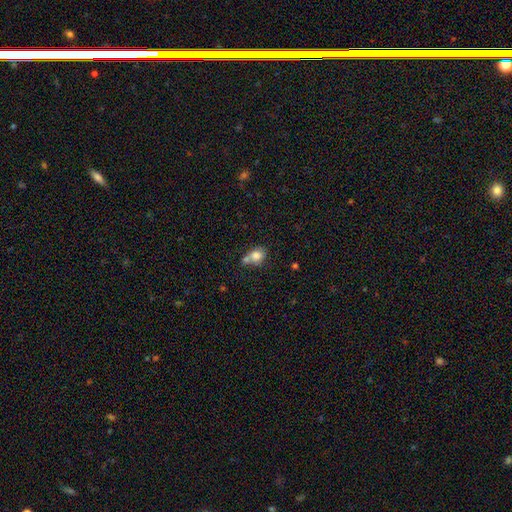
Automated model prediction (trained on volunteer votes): Morphology: type=smooth (79%); roundness=round (51%); merging=none (39%).